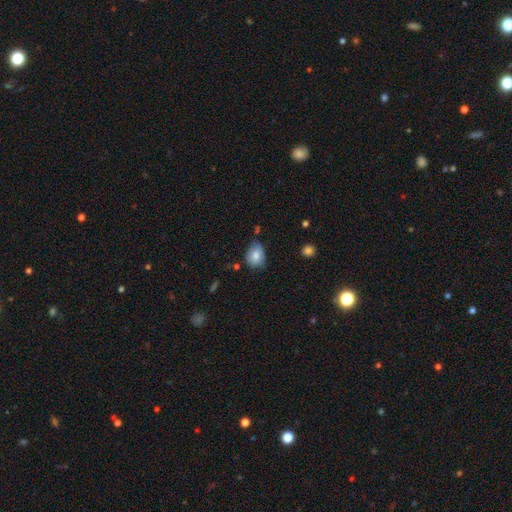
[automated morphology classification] Smooth or featured? Predicted: smooth (p=0.79). How rounded? Predicted: in between (p=0.61). Merging? Predicted: none (p=0.58).